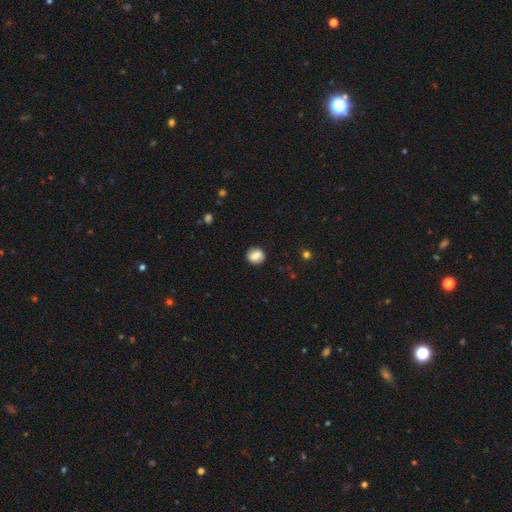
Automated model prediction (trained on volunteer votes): This appears to be a smooth galaxy with no disk features (71%) that is round (79%). Merging: none (87%).